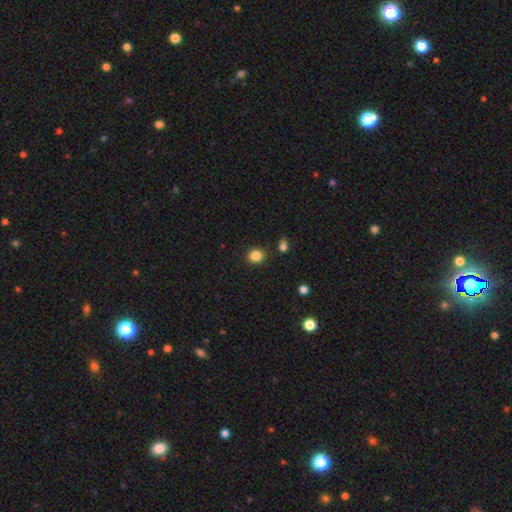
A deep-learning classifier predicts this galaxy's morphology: Q: Smooth or featured?
A: smooth (84%); runner-up: star or artifact (11%)
Q: How rounded?
A: round (84%); runner-up: in between (15%)
Q: Merging?
A: none (88%); runner-up: minor disturbance (7%)